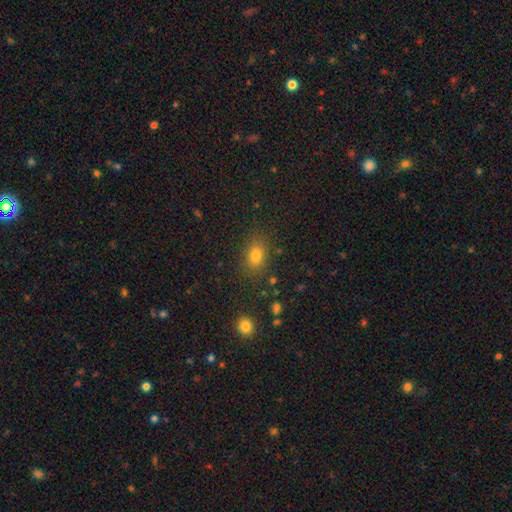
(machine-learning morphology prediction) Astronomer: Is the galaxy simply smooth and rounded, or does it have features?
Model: smooth — 78%.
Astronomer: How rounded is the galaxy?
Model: in between — 72%.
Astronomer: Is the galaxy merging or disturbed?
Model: none — 82%.